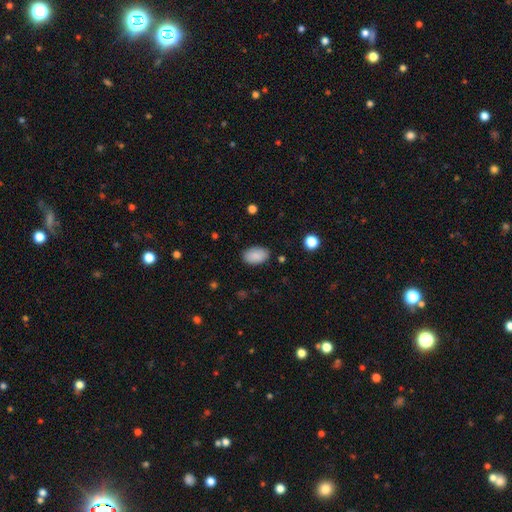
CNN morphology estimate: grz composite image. It shows a smooth galaxy with no disk features (88%) that is in between round and cigar-shaped (92%). Merging: none (84%).